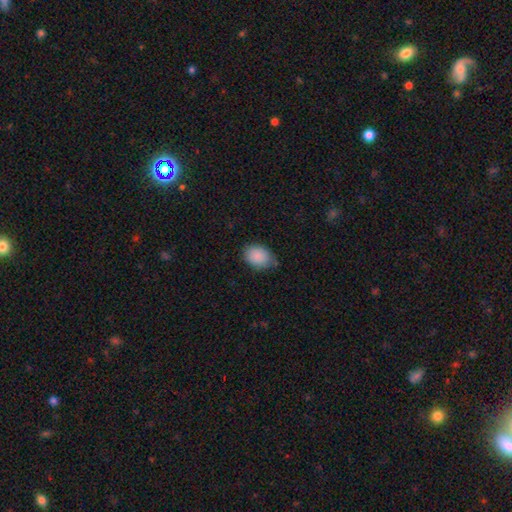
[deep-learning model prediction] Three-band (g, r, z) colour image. It shows a smooth galaxy with no disk features (88%) that is in between round and cigar-shaped (70%). Merging: none (73%).